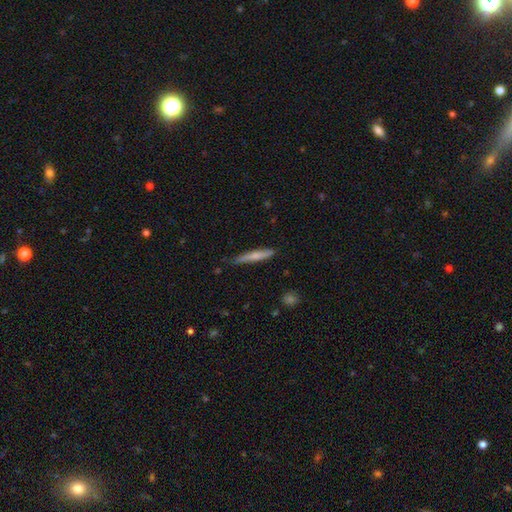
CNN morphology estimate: Smooth or featured?
  - smooth: 60% *
  - featured or disk: 34%
  - star or artifact: 6%
How rounded?
  - cigar-shaped: 93% *
  - in between: 5%
  - round: 1%
Merging?
  - none: 76% *
  - minor disturbance: 19%
  - major disturbance: 3%
  - merger: 2%